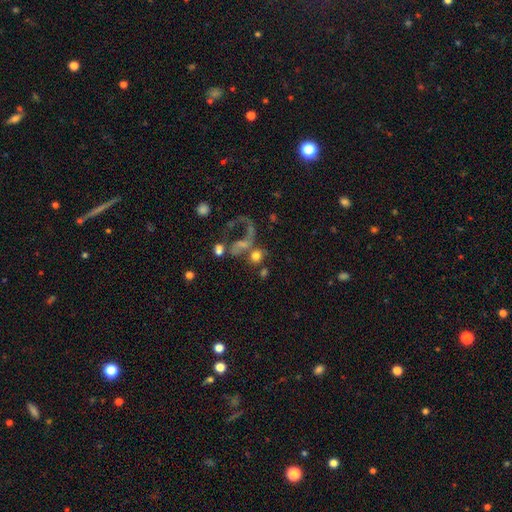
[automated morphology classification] This is possibly a smooth galaxy (60%). How rounded: likely round (73%). Merging: marginally merger (36%).